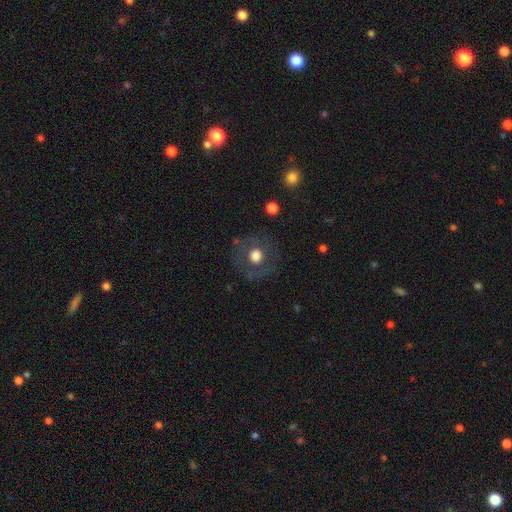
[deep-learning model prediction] Smooth or featured? Predicted: smooth (p=0.62). How rounded? Predicted: round (p=0.91). Merging? Predicted: none (p=0.81).